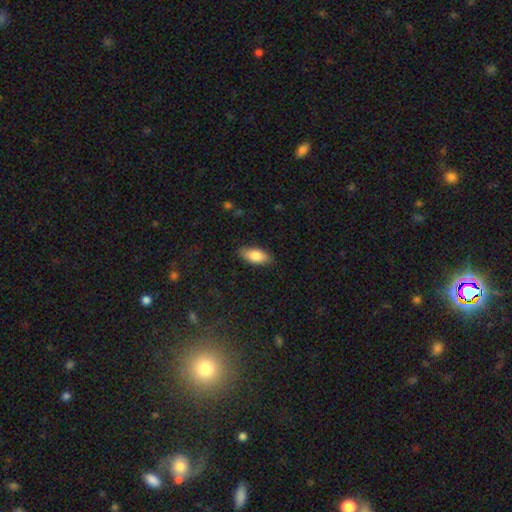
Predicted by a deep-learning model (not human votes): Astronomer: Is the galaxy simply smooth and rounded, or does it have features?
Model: smooth — 82%.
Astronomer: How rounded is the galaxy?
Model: in between — 88%.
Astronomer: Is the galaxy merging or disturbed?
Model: none — 86%.